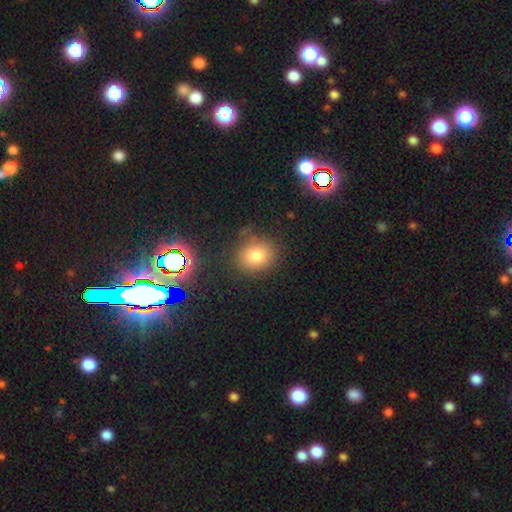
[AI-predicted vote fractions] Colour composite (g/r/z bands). It shows a smooth galaxy with no disk features (78%) that is round (69%). Merging: none (79%).